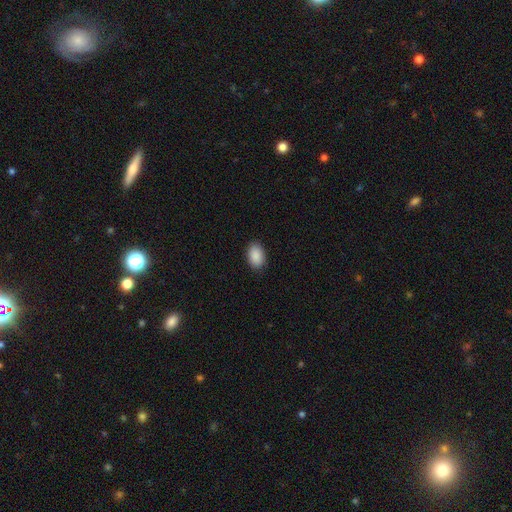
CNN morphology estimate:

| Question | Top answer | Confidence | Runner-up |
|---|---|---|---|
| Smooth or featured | smooth | 90% | star or artifact (7%) |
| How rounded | in between | 89% | round (10%) |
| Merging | none | 89% | minor disturbance (8%) |